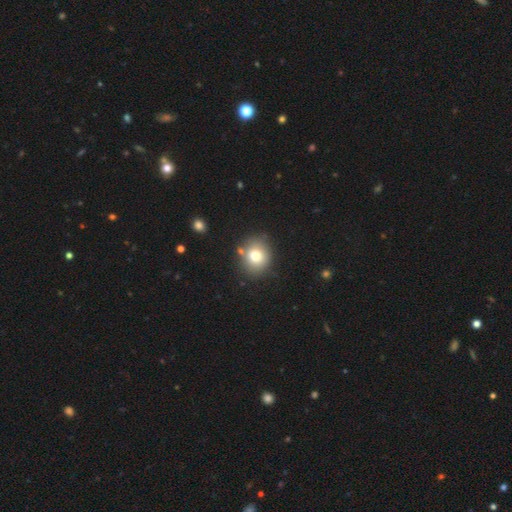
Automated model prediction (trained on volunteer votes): A smooth galaxy with no disk features (76%) that is round (73%).

Vote fractions:
- Smooth or featured? smooth: 76% / featured or disk: 12% / star or artifact: 12%
- How rounded? round: 73% / in between: 26% / cigar-shaped: 1%
- Merging? none: 78% / minor disturbance: 12% / merger: 7% / major disturbance: 3%